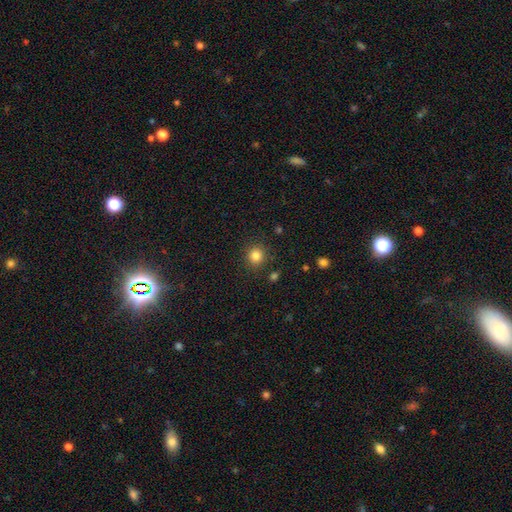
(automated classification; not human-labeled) Q: Smooth or featured?
A: smooth (84%); runner-up: star or artifact (12%)
Q: How rounded?
A: round (89%); runner-up: in between (10%)
Q: Merging?
A: none (88%); runner-up: minor disturbance (7%)